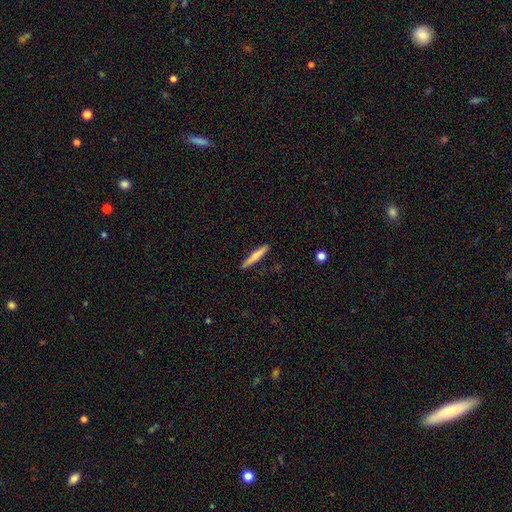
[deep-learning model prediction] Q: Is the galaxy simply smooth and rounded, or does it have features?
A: smooth — 67%.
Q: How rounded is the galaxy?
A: cigar-shaped — 94%.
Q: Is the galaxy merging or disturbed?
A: none — 88%.